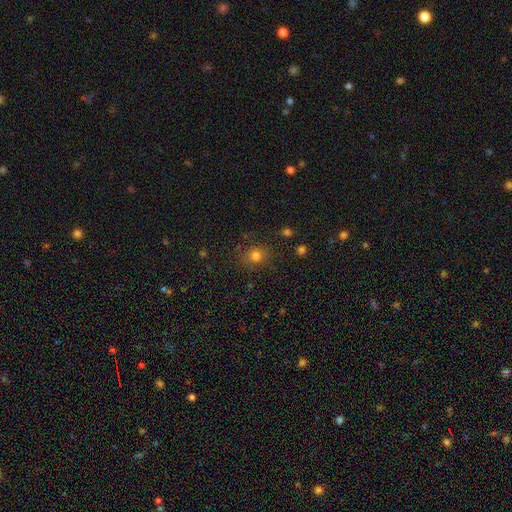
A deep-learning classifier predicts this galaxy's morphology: This appears to be a smooth galaxy with no disk features (78%) that is round (75%). Merging: none (81%).